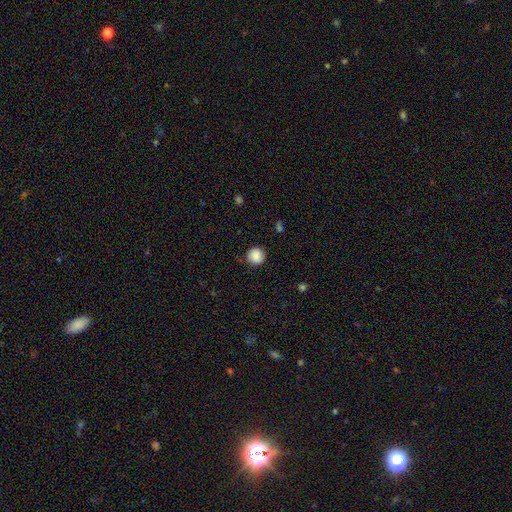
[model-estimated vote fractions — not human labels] smooth 88%, star or artifact 9%, featured or disk 3%. Down the decision tree: how rounded — round (93%); merging — none (87%).